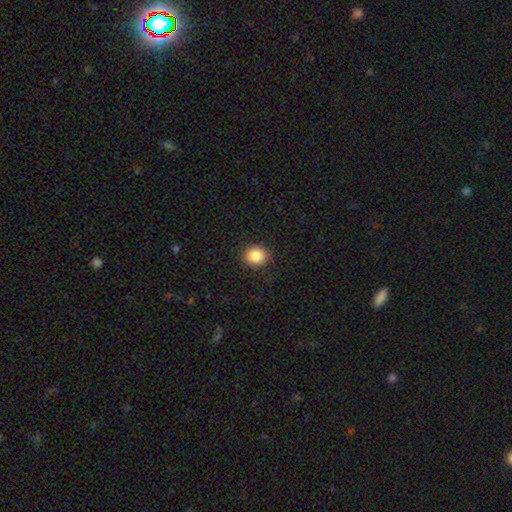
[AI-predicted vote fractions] A smooth galaxy with no disk features (86%) that is round (83%).

Vote fractions:
- Smooth or featured? smooth: 86% / star or artifact: 9% / featured or disk: 4%
- How rounded? round: 83% / in between: 16% / cigar-shaped: 1%
- Merging? none: 88% / minor disturbance: 9% / major disturbance: 2% / merger: 1%